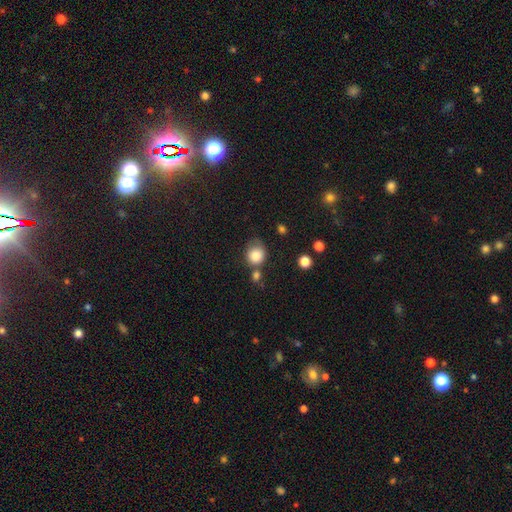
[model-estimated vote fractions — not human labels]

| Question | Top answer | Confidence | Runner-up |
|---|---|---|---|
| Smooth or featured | smooth | 84% | star or artifact (9%) |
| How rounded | round | 77% | in between (22%) |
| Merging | none | 50% | minor disturbance (26%) |